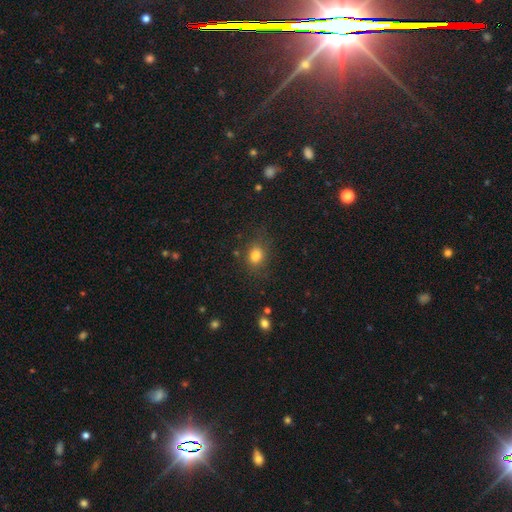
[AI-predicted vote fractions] smooth_or_featured: smooth (p=0.80) [alt: star or artifact p=0.13]
how_rounded: round (p=0.52) [alt: in between p=0.47]
merging: none (p=0.77) [alt: minor disturbance p=0.15]